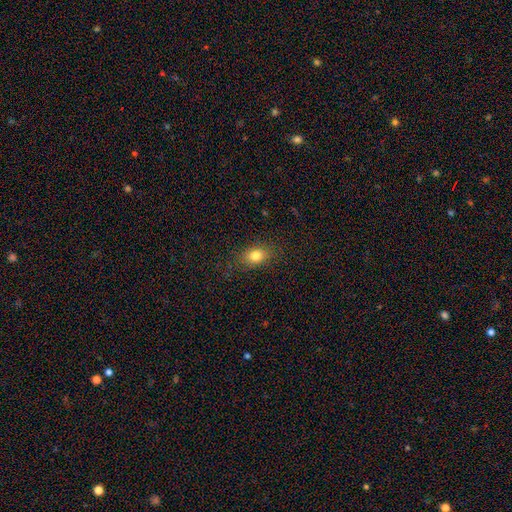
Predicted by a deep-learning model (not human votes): Smooth or featured: smooth — 80% (star or artifact — 11%)
How rounded: in between — 72% (round — 26%)
Merging: none — 84% (minor disturbance — 11%)